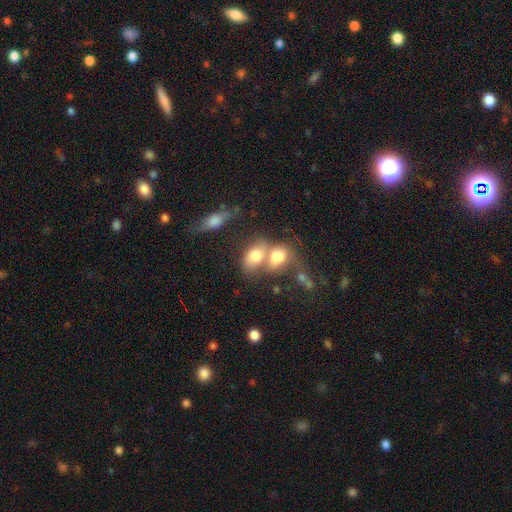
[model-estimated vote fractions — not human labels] This appears to be a smooth galaxy with no disk features (71%) that is in between round and cigar-shaped (73%). Merging: merger (67%).